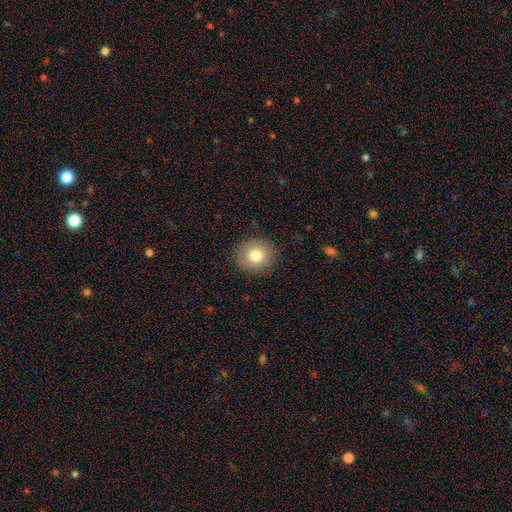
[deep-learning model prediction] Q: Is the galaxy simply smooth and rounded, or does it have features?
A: smooth — 78%.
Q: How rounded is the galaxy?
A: round — 90%.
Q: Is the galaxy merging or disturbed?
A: none — 90%.